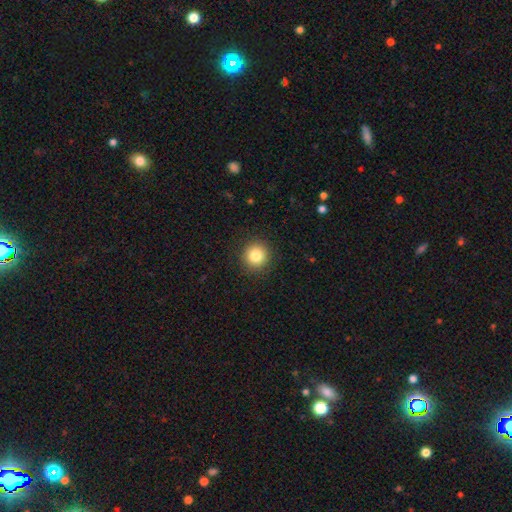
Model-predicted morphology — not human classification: smooth_or_featured: smooth (p=0.83) [alt: star or artifact p=0.10]
how_rounded: round (p=0.92) [alt: in between p=0.07]
merging: none (p=0.91) [alt: minor disturbance p=0.06]